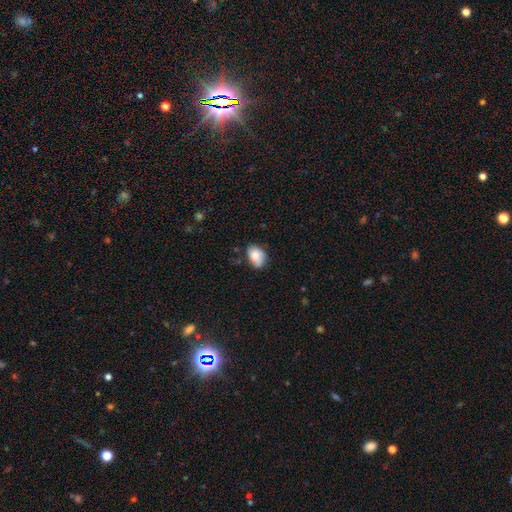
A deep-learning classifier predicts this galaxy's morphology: Q: Smooth or featured?
A: smooth (80%); runner-up: featured or disk (13%)
Q: How rounded?
A: in between (81%); runner-up: round (18%)
Q: Merging?
A: none (60%); runner-up: minor disturbance (30%)